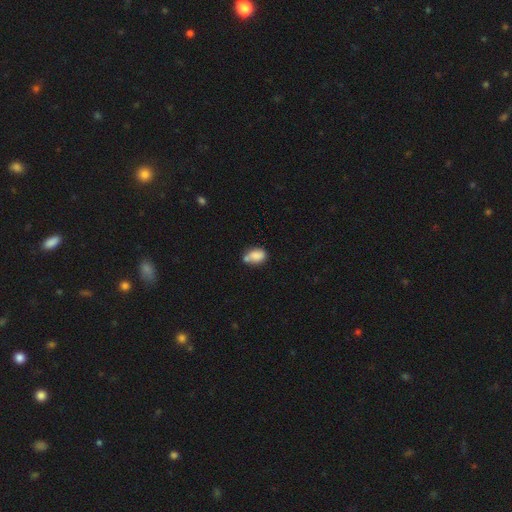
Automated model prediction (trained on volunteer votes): smooth 80%, featured or disk 11%, star or artifact 9%. Down the decision tree: how rounded — in between (75%); merging — none (45%).